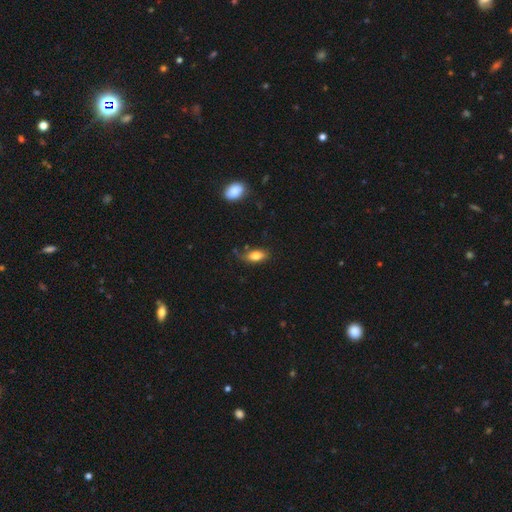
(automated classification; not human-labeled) A smooth galaxy with no disk features (80%) that is in between round and cigar-shaped (85%). Merging: none (59%).